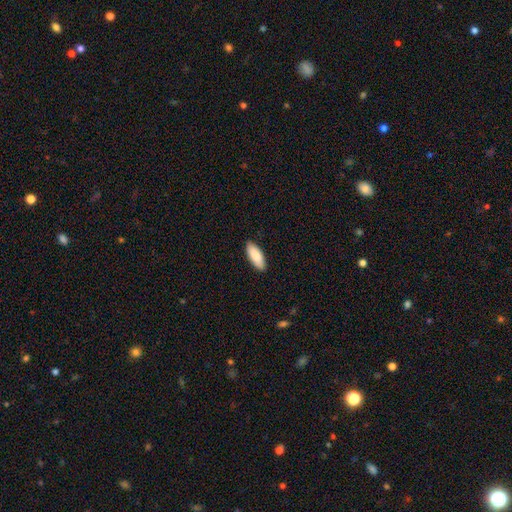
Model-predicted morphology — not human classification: A smooth galaxy with no disk features (87%) that is in between round and cigar-shaped (76%).

Vote fractions:
- Smooth or featured? smooth: 87% / featured or disk: 8% / star or artifact: 5%
- How rounded? in between: 76% / cigar-shaped: 22% / round: 2%
- Merging? none: 89% / minor disturbance: 8% / major disturbance: 2% / merger: 1%